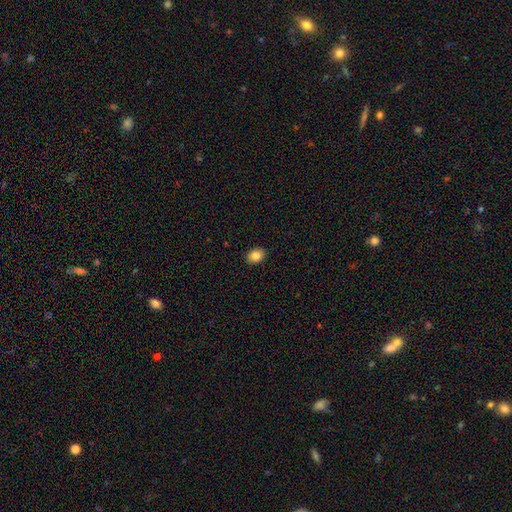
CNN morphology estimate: Q: Smooth or featured?
A: smooth (85%); runner-up: star or artifact (9%)
Q: How rounded?
A: in between (62%); runner-up: round (37%)
Q: Merging?
A: none (90%); runner-up: minor disturbance (7%)